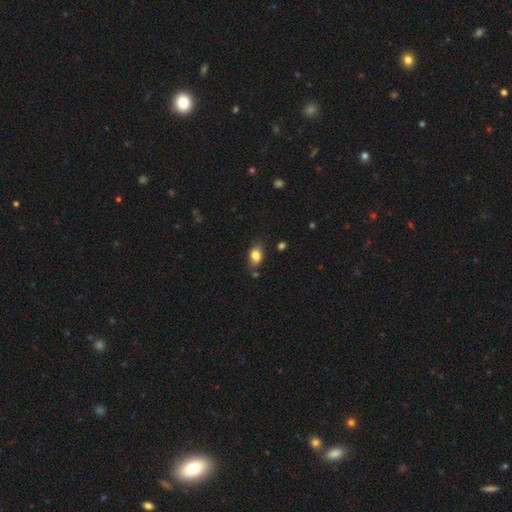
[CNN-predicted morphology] Smooth or featured? smooth (79%)
How rounded? in between (79%)
Merging? none (72%)